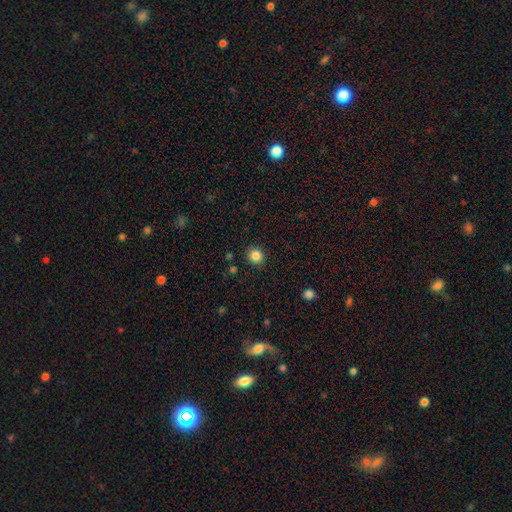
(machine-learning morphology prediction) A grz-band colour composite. It shows a smooth galaxy with no disk features (85%) that is round (78%). Merging: none (89%).